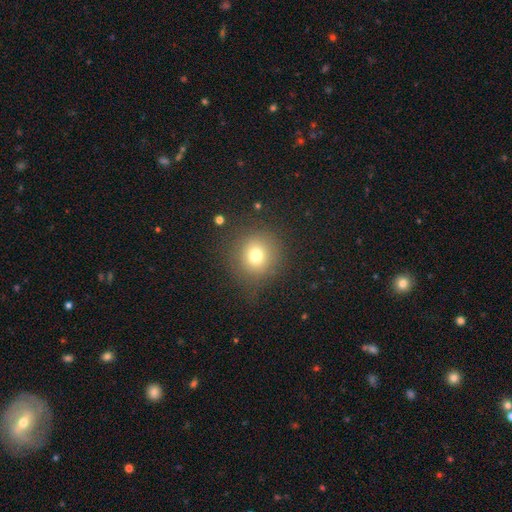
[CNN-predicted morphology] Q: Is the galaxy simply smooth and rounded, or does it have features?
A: smooth — 73%.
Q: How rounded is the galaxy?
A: round — 91%.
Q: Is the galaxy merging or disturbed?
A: none — 81%.